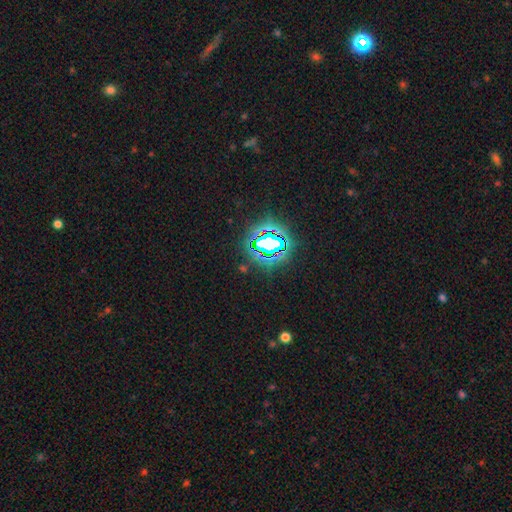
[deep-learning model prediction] Smooth or featured?
  - star or artifact: 79% *
  - smooth: 14%
  - featured or disk: 8%